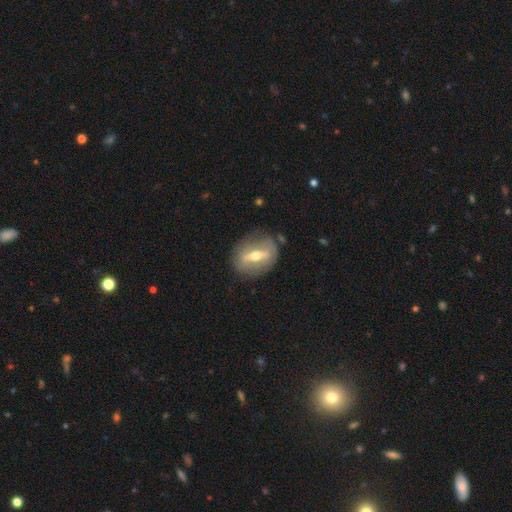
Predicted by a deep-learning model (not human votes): A featured or disk galaxy (67%) with a strong bar (63%), no spiral arms (71%) and a moderate central bulge (71%).

Vote fractions:
- Smooth or featured? featured or disk: 67% / smooth: 26% / star or artifact: 7%
- Edge-on disk? no: 76% / yes: 24%
- Bar? strong: 63% / weak: 26% / no: 11%
- Spiral arms? no: 71% / yes: 29%
- Bulge size? moderate: 71% / small: 18% / large: 9% / none: 1% / dominant: 1%
- Merging? none: 76% / minor disturbance: 16% / major disturbance: 6% / merger: 2%